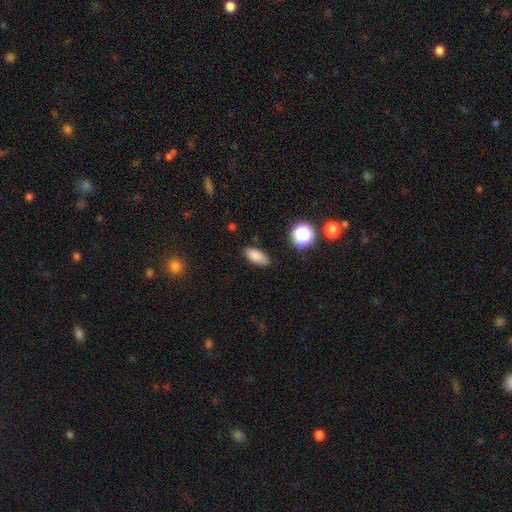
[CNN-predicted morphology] A smooth galaxy with no disk features (84%) that is in between round and cigar-shaped (84%). Merging: none (84%).